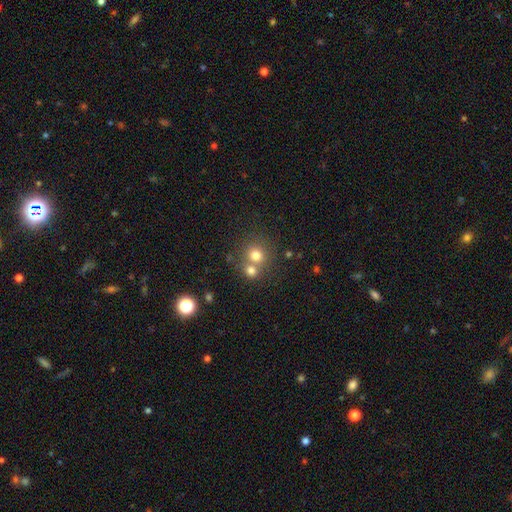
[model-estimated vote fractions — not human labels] Smooth or featured? Predicted: smooth (p=0.74). How rounded? Predicted: round (p=0.86). Merging? Predicted: none (p=0.49).